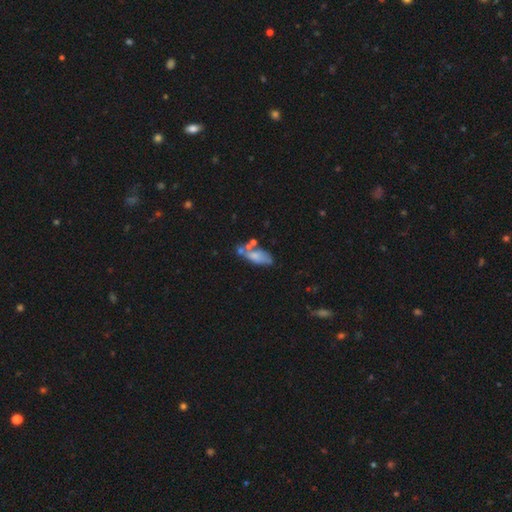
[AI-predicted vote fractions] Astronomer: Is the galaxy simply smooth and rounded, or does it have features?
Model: smooth — 59%.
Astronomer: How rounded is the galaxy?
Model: in between — 80%.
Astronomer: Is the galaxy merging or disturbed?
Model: none — 40% (runner-up: minor disturbance, 24%).